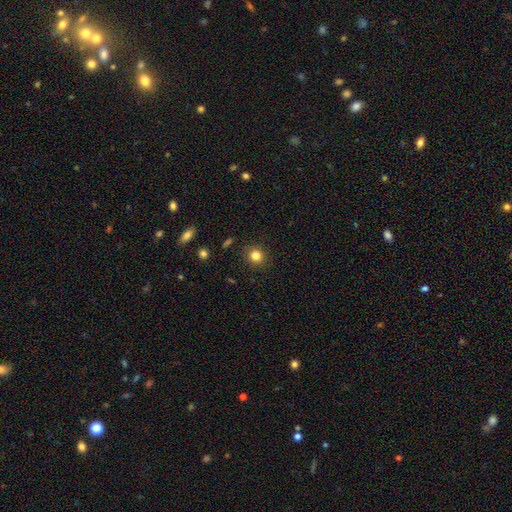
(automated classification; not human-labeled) Smooth or featured? Predicted: smooth (p=0.83). How rounded? Predicted: round (p=0.85). Merging? Predicted: none (p=0.90).